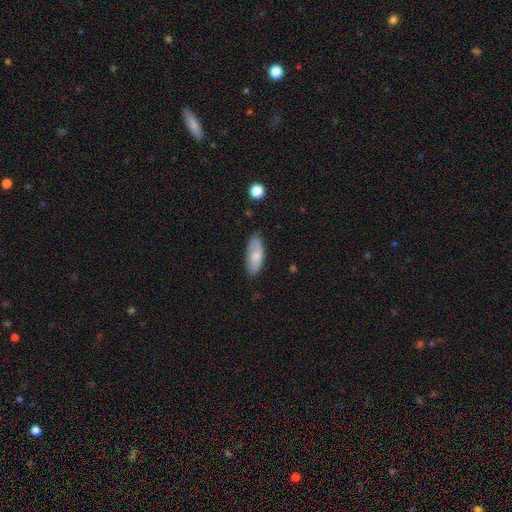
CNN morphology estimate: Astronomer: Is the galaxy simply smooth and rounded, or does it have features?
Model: smooth — 72%.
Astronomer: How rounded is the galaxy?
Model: in between — 84%.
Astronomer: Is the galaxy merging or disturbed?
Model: none — 74%.